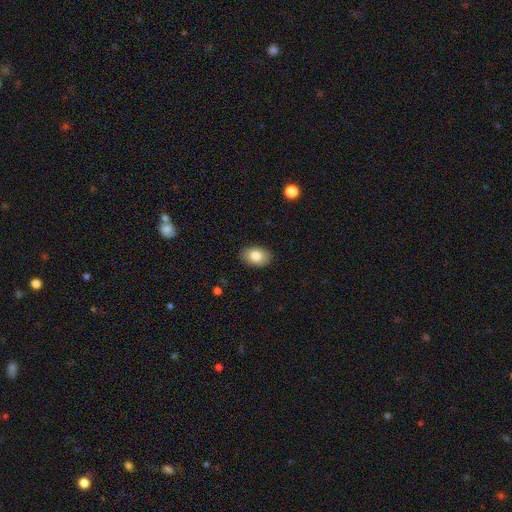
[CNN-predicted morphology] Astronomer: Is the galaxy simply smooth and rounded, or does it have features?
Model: smooth — 82%.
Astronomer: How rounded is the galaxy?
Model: in between — 84%.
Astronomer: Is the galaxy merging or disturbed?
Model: none — 89%.